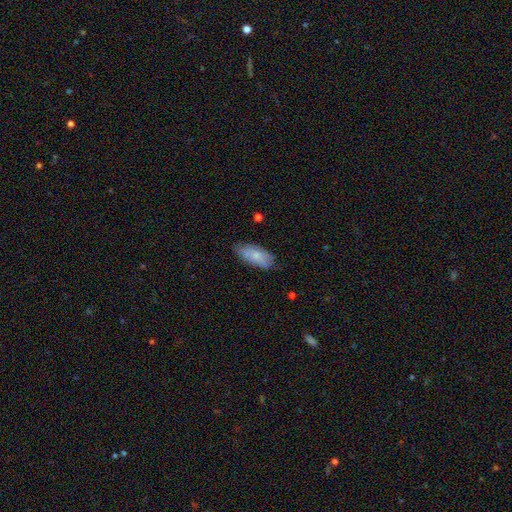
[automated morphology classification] smooth 74%, featured or disk 20%, star or artifact 6%. Down the decision tree: how rounded — in between (86%); merging — none (72%).